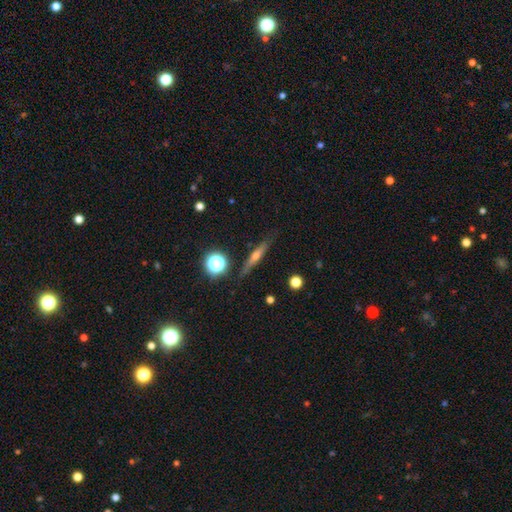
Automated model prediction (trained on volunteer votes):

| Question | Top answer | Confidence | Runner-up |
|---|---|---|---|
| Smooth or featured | featured or disk | 59% | smooth (29%) |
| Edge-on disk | yes | 94% | no (6%) |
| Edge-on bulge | rounded | 79% | none (16%) |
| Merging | none | 86% | minor disturbance (10%) |